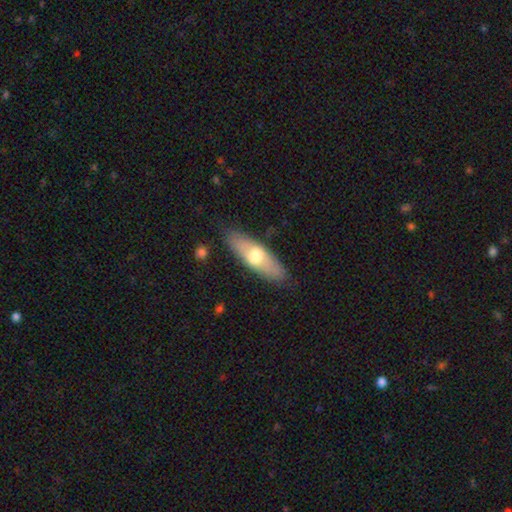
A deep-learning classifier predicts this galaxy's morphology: Smooth or featured?
  - smooth: 57% *
  - featured or disk: 37%
  - star or artifact: 6%
How rounded?
  - in between: 56% *
  - cigar-shaped: 42%
  - round: 3%
Merging?
  - none: 85% *
  - minor disturbance: 11%
  - major disturbance: 3%
  - merger: 1%